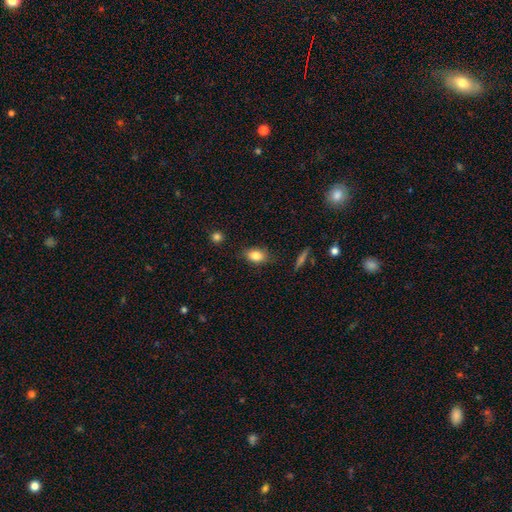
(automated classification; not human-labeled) smooth-or-featured: smooth: 83% | star or artifact: 8% | featured or disk: 8%
  how-rounded: in between: 83% | round: 13% | cigar-shaped: 3%
  merging: none: 81% | minor disturbance: 14% | major disturbance: 3% | merger: 2%